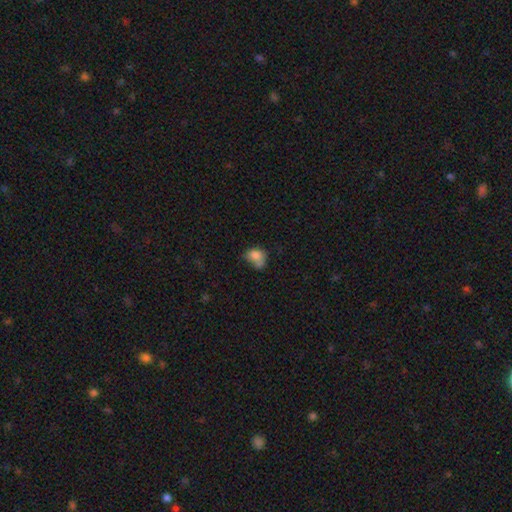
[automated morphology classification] Smooth or featured?
  - smooth: 76% *
  - featured or disk: 13%
  - star or artifact: 10%
How rounded?
  - in between: 57% *
  - round: 42%
  - cigar-shaped: 1%
Merging?
  - none: 30% *
  - merger: 27%
  - minor disturbance: 26%
  - major disturbance: 16%